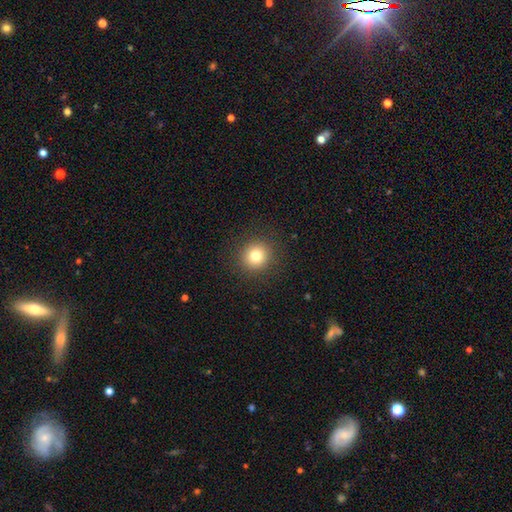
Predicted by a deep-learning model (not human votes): Morphology: type=smooth (79%); roundness=round (93%); merging=none (91%).